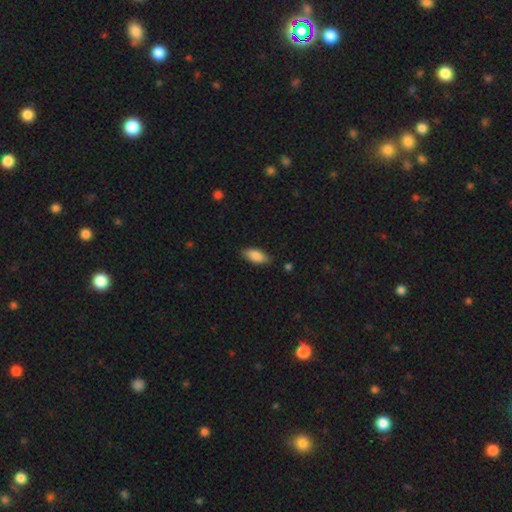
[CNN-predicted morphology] Smooth or featured: smooth — 85% (featured or disk — 9%)
How rounded: in between — 85% (cigar-shaped — 13%)
Merging: none — 84% (minor disturbance — 13%)